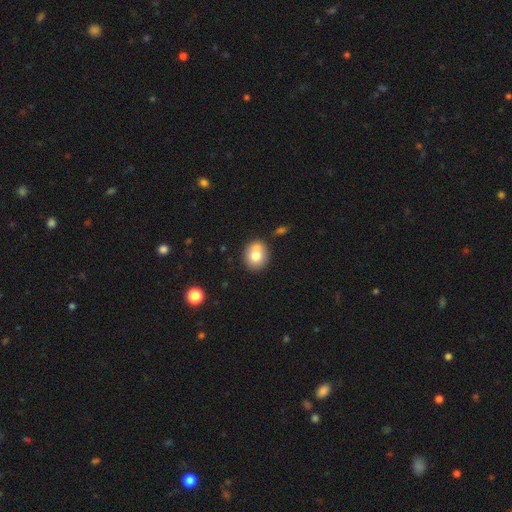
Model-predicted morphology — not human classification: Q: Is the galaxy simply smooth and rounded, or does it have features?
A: smooth — 75%.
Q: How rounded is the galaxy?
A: round — 75%.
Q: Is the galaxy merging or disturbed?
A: none — 65%.